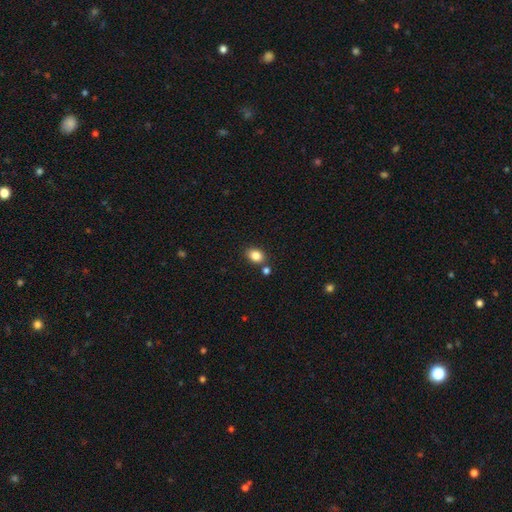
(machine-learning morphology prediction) smooth 85%, star or artifact 10%, featured or disk 6%. Down the decision tree: how rounded — in between (64%); merging — none (77%).